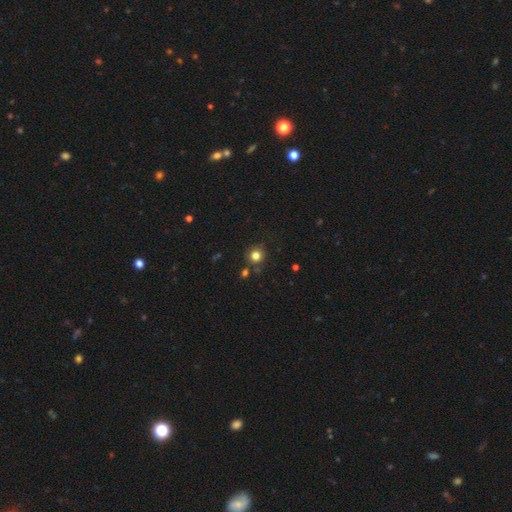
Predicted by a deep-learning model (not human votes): Smooth or featured? smooth (81%)
How rounded? round (92%)
Merging? none (82%)